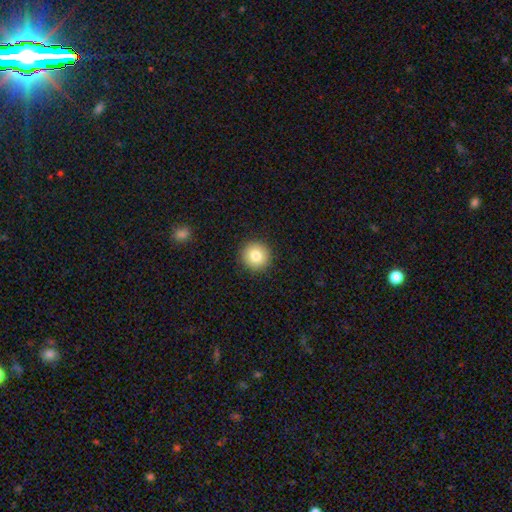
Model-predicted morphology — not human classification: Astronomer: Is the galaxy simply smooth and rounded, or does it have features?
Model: smooth — 81%.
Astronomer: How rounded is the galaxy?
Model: round — 95%.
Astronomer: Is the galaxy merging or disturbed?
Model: none — 92%.